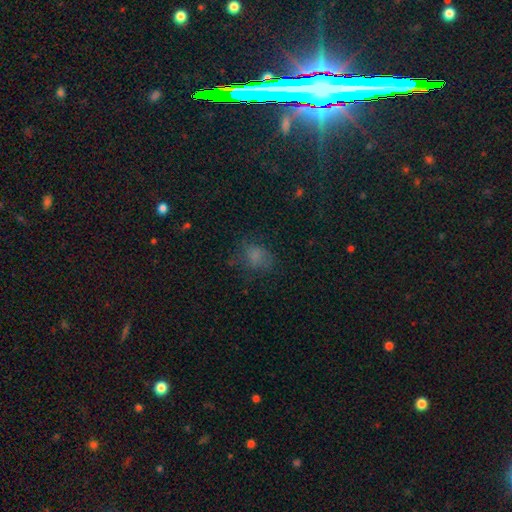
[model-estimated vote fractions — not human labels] Smooth or featured?
  - smooth: 65% *
  - star or artifact: 20%
  - featured or disk: 15%
How rounded?
  - in between: 56% *
  - round: 42%
  - cigar-shaped: 2%
Merging?
  - none: 58% *
  - minor disturbance: 22%
  - major disturbance: 18%
  - merger: 2%